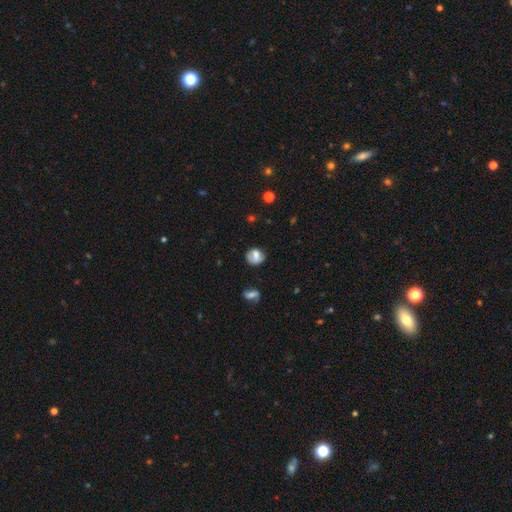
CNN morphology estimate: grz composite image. It shows a smooth galaxy with no disk features (66%) that is round (69%). Merging: none (63%).